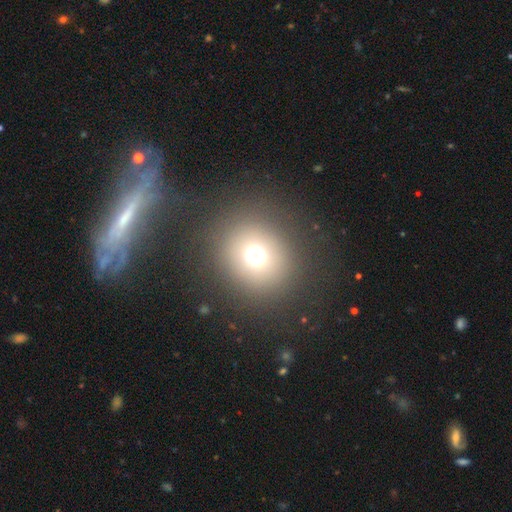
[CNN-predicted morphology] Q: Smooth or featured?
A: smooth (69%); runner-up: star or artifact (20%)
Q: How rounded?
A: round (82%); runner-up: in between (17%)
Q: Merging?
A: none (84%); runner-up: minor disturbance (8%)